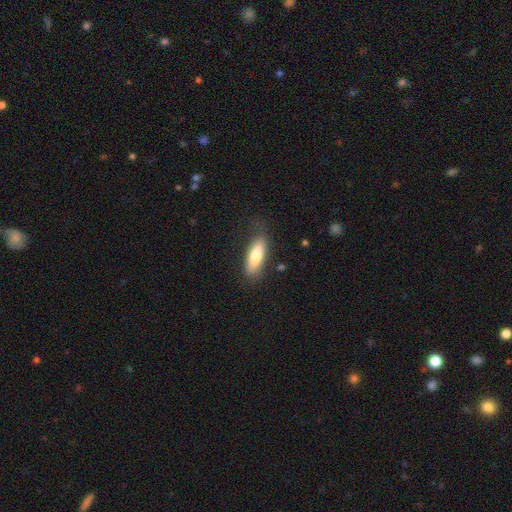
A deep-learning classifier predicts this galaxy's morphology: This appears to be a smooth galaxy with no disk features (77%) that is in between round and cigar-shaped (56%). Merging: none (74%).